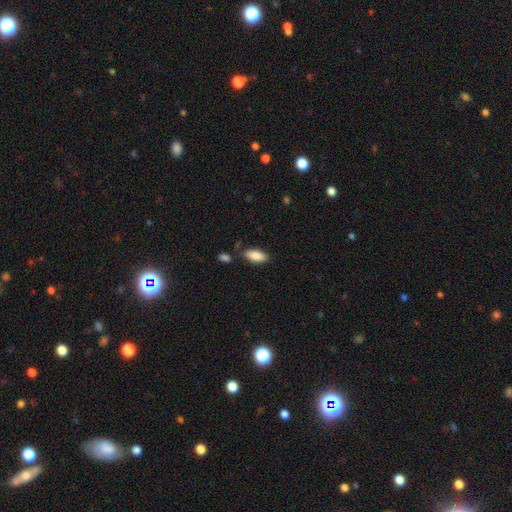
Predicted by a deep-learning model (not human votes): Smooth or featured? smooth (86%)
How rounded? in between (87%)
Merging? none (78%)